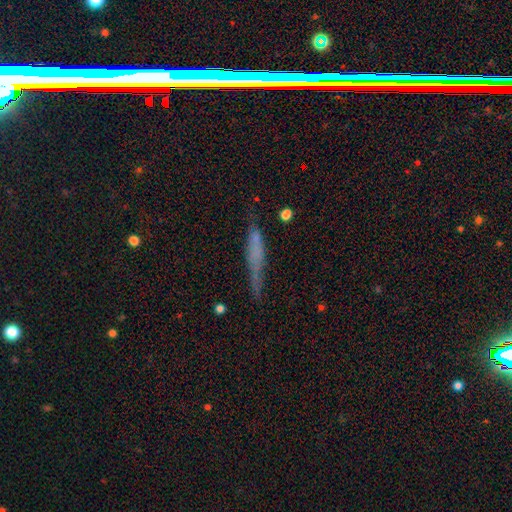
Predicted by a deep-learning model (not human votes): Overall: smooth (48%; featured or disk 41%). Merging: none (57%; minor disturbance 26%).